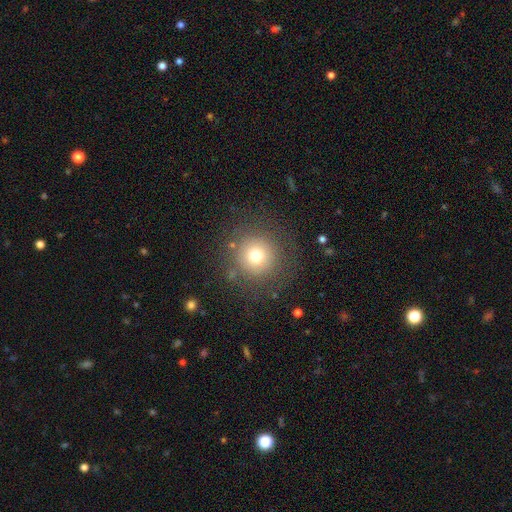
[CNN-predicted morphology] Overall: smooth (72%). How rounded: round (95%). Merging: none (83%).